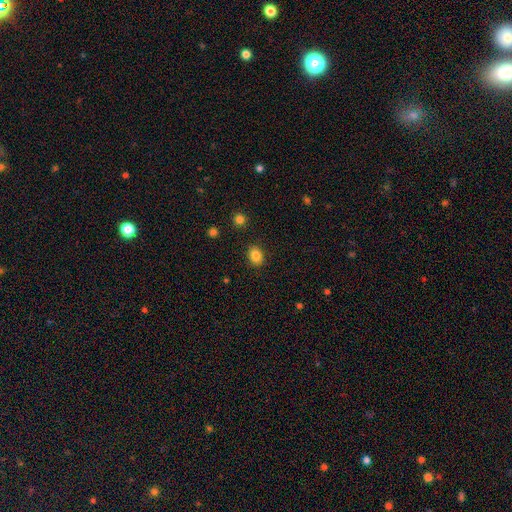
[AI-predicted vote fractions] Smooth or featured: smooth — 84% (star or artifact — 10%)
How rounded: in between — 51% (round — 49%)
Merging: none — 88% (minor disturbance — 8%)